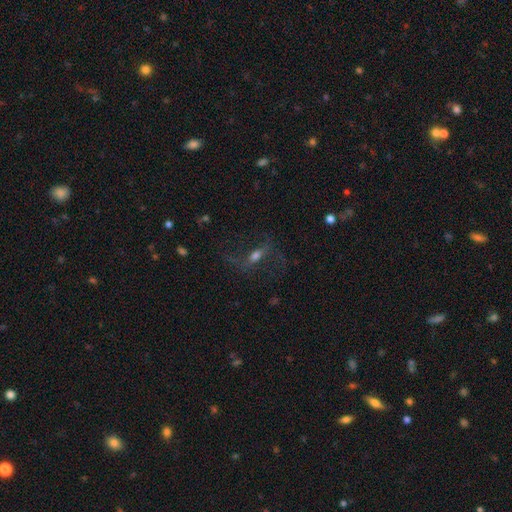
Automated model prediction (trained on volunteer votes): Overall: featured or disk (56%; smooth 28%). Edge-on disk: no (73%). Merging: none (62%).